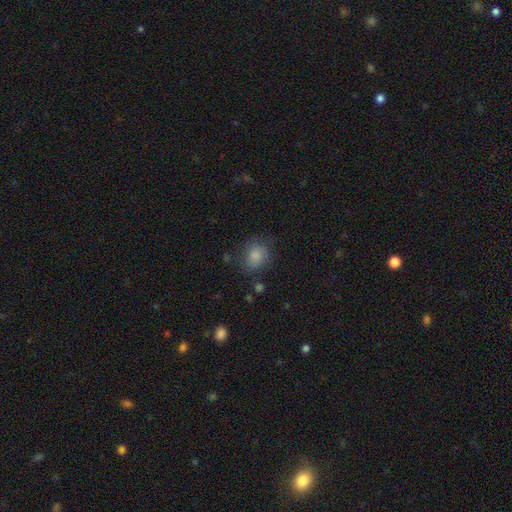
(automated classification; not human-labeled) Overall: smooth (83%). How rounded: round (66%; in between 33%). Merging: none (69%).